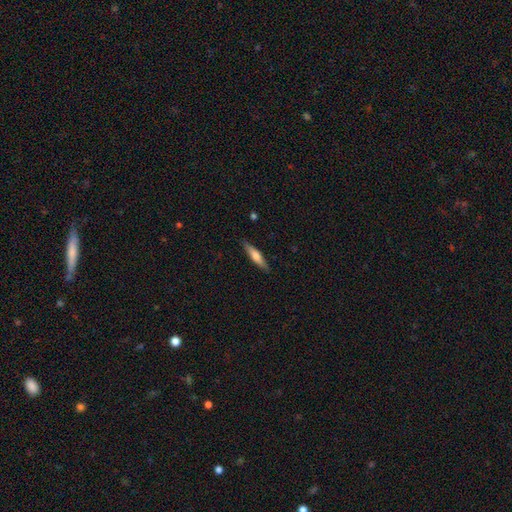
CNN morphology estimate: A smooth galaxy with no disk features (56%) that is cigar-shaped (82%).

Vote fractions:
- Smooth or featured? smooth: 56% / featured or disk: 38% / star or artifact: 6%
- How rounded? cigar-shaped: 82% / in between: 16% / round: 2%
- Merging? none: 88% / minor disturbance: 9% / major disturbance: 2% / merger: 1%